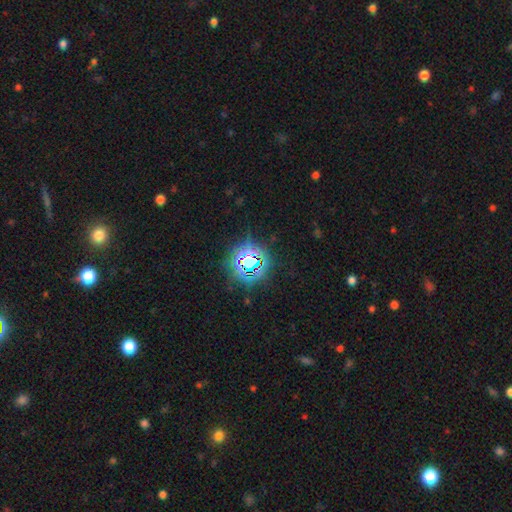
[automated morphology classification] This is likely a star or artifact rather than a galaxy (78%).